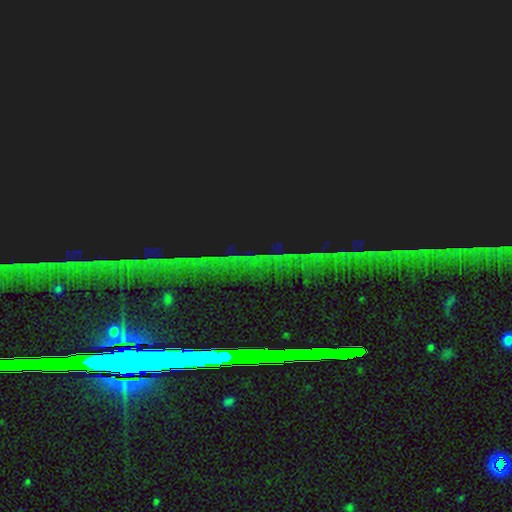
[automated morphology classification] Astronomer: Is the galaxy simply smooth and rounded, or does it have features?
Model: star or artifact — 87%.